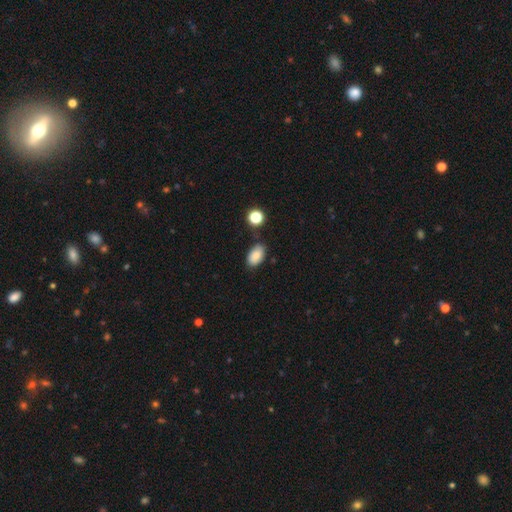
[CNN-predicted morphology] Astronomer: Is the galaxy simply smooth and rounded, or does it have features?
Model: smooth — 83%.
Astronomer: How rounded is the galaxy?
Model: in between — 91%.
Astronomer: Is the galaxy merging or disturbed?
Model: none — 73%.